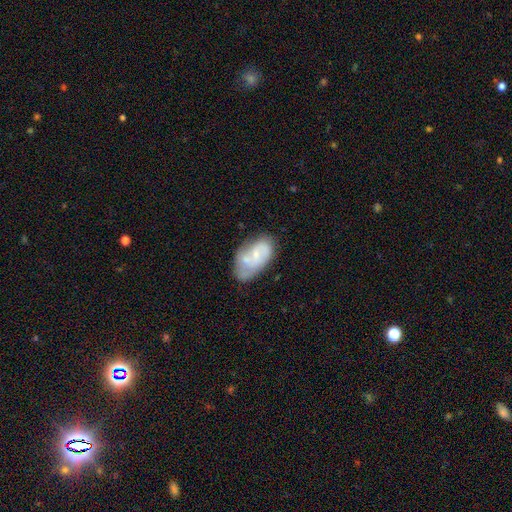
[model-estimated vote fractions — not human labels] This appears to be a featured or disk galaxy (54%) with no bar (64%), spiral arms (65%) and a small central bulge (59%). Merging: none (45%).